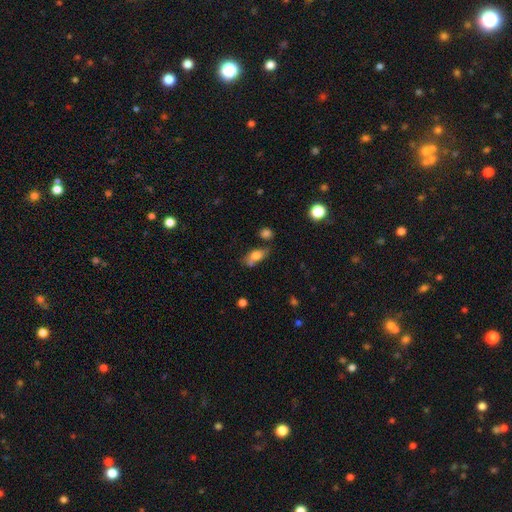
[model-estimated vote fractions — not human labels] Overall: smooth (72%). How rounded: in between (82%). Merging: none (54%; minor disturbance 21%).